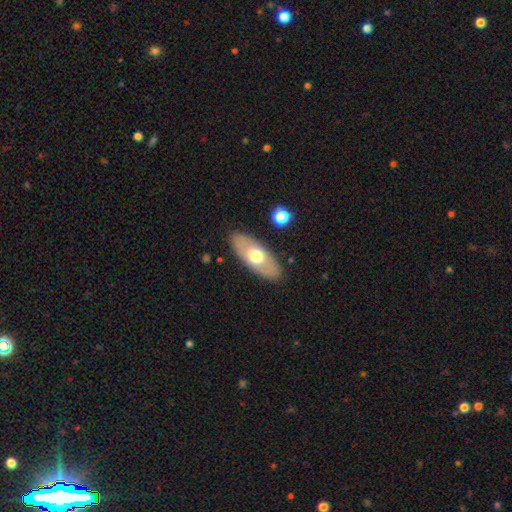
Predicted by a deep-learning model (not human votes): A smooth galaxy with no disk features (55%) that is in between round and cigar-shaped (85%). Merging: none (87%).